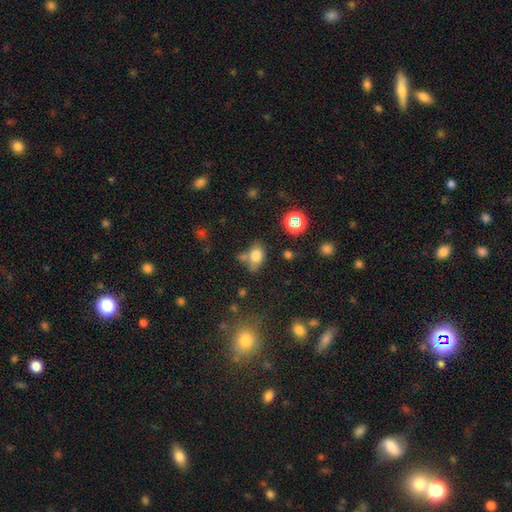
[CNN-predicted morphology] smooth-or-featured: smooth: 75% | star or artifact: 14% | featured or disk: 11%
  how-rounded: in between: 69% | round: 29% | cigar-shaped: 2%
  merging: none: 48% | merger: 22% | minor disturbance: 21% | major disturbance: 9%